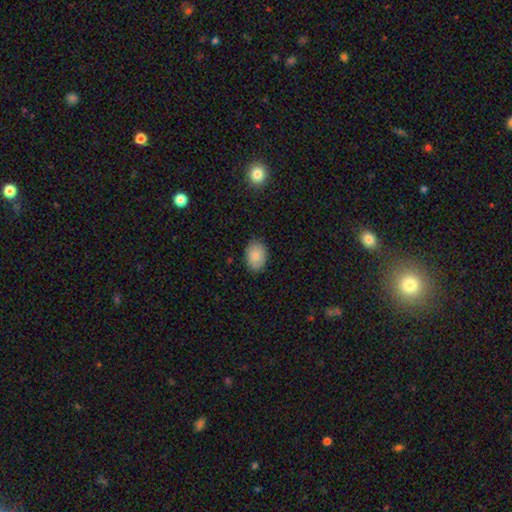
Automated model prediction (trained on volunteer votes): Morphology: type=smooth (85%); roundness=in between (82%); merging=none (85%).